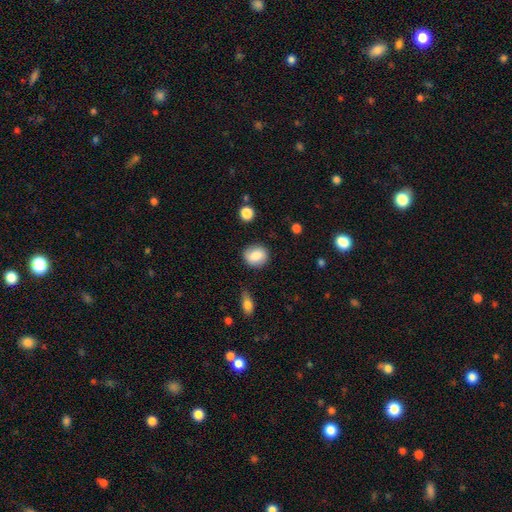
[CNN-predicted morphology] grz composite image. It shows a smooth galaxy with no disk features (80%) that is round (69%). Merging: none (81%).